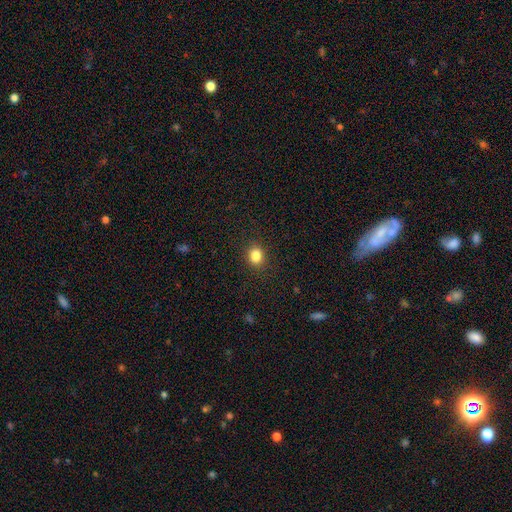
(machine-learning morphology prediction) Smooth or featured? Predicted: smooth (p=0.84). How rounded? Predicted: round (p=0.59). Merging? Predicted: none (p=0.89).